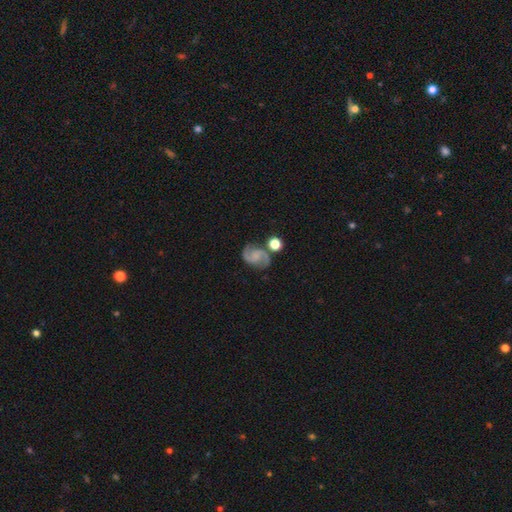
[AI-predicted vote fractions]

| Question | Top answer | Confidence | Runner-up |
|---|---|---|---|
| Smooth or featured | featured or disk | 85% | smooth (9%) |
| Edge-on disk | no | 98% | yes (2%) |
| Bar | no | 60% | weak (33%) |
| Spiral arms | yes | 98% | no (2%) |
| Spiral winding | medium | 57% | loose (23%) |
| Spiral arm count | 2 | 93% | can't tell (2%) |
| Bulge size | small | 41% | none (38%) |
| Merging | none | 73% | minor disturbance (14%) |